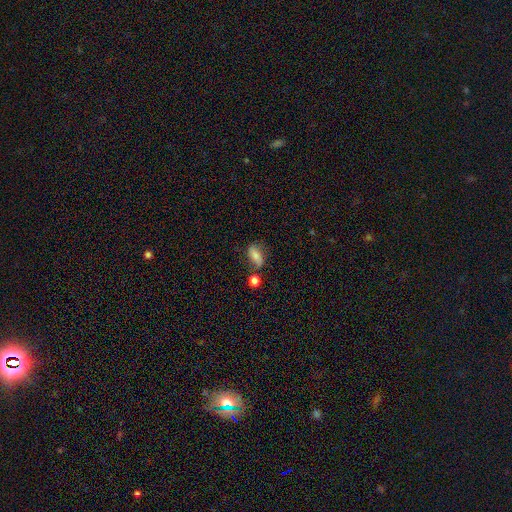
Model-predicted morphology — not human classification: type=smooth (69%); roundness=in between (78%); merging=none (59%).